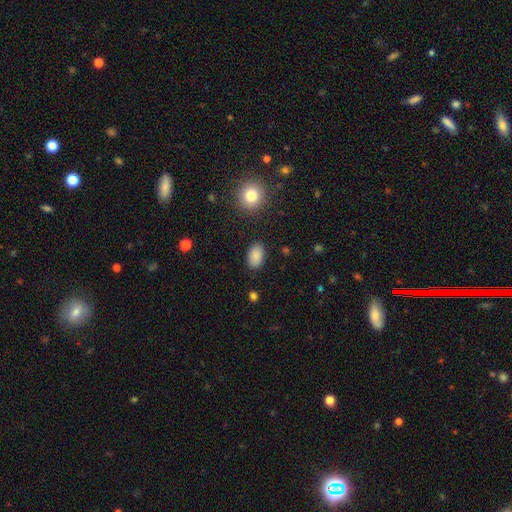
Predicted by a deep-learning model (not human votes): A smooth galaxy with no disk features (88%) that is in between round and cigar-shaped (89%).

Vote fractions:
- Smooth or featured? smooth: 88% / star or artifact: 8% / featured or disk: 4%
- How rounded? in between: 89% / round: 10% / cigar-shaped: 1%
- Merging? none: 87% / minor disturbance: 9% / major disturbance: 3% / merger: 1%